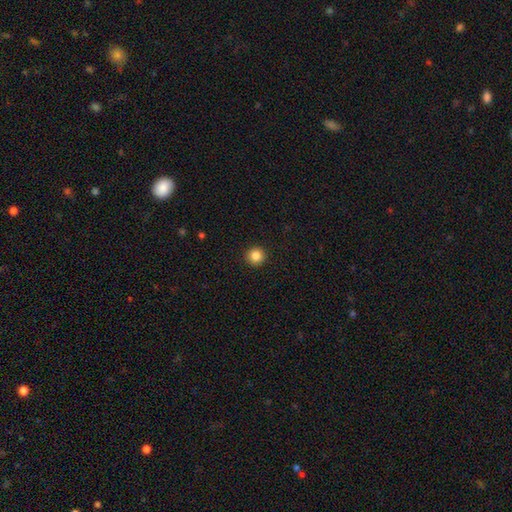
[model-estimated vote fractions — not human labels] A smooth galaxy with no disk features (86%) that is round (95%).

Vote fractions:
- Smooth or featured? smooth: 86% / star or artifact: 10% / featured or disk: 4%
- How rounded? round: 95% / in between: 4% / cigar-shaped: 1%
- Merging? none: 93% / minor disturbance: 4% / major disturbance: 2% / merger: 1%